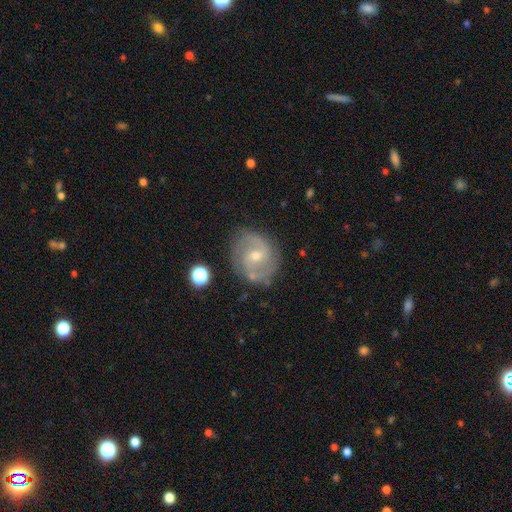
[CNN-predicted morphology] Smooth or featured? featured or disk (83%)
Edge-on disk? no (98%)
Bar? weak (50%)
Spiral arms? yes (95%)
Spiral winding? medium (53%)
Spiral arm count? 2 (87%)
Bulge size? moderate (52%)
Merging? none (79%)